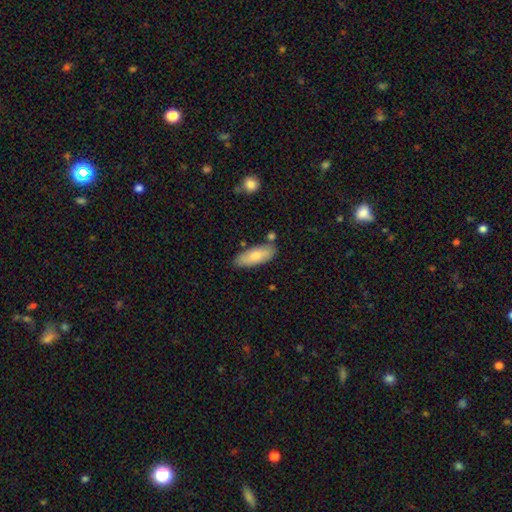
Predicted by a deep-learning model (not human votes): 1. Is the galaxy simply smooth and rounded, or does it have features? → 78% smooth, 17% featured or disk, 6% star or artifact.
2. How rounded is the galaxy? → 77% in between, 21% cigar-shaped, 2% round.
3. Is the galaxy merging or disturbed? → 77% none, 15% minor disturbance, 6% merger, 3% major disturbance.